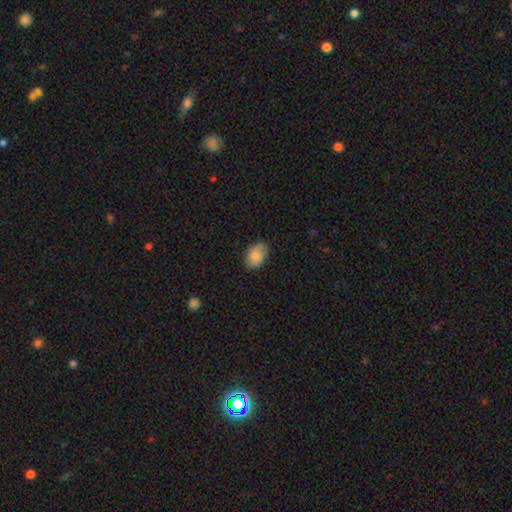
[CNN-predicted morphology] A smooth galaxy with no disk features (79%) that is in between round and cigar-shaped (79%).

Vote fractions:
- Smooth or featured? smooth: 79% / featured or disk: 13% / star or artifact: 8%
- How rounded? in between: 79% / round: 20% / cigar-shaped: 1%
- Merging? none: 74% / minor disturbance: 21% / major disturbance: 4% / merger: 1%